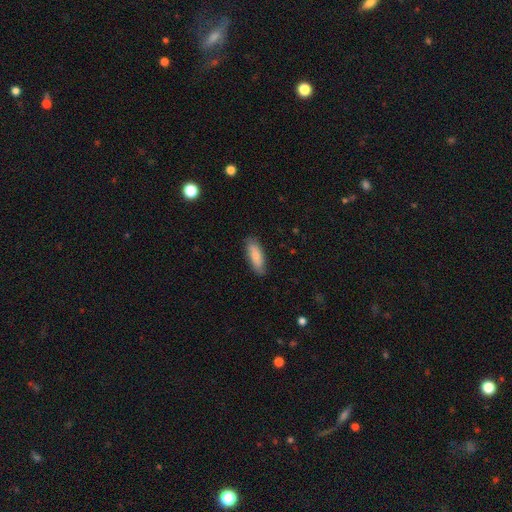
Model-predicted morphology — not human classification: This appears to be a smooth galaxy with no disk features (78%) that is in between round and cigar-shaped (60%). Merging: none (84%).